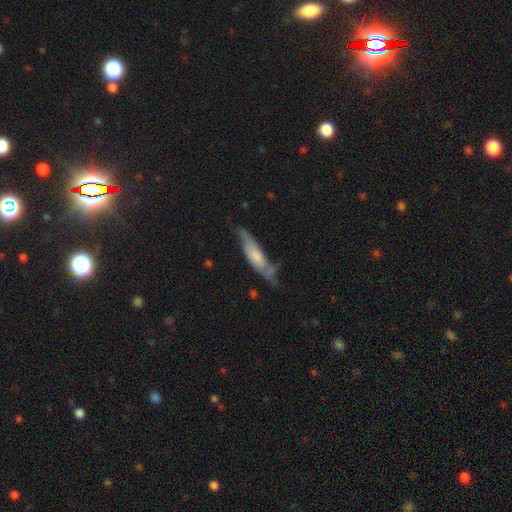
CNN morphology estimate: Overall: smooth (51%; featured or disk 43%). How rounded: cigar-shaped (65%; in between 34%). Merging: none (50%; minor disturbance 32%).